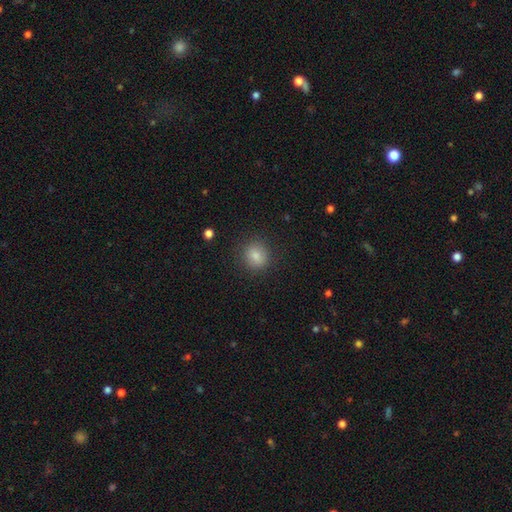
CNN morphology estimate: The model was most divided on "how rounded": round: 80%, in between: 19%, cigar-shaped: 1%. More confident: merging — none (89%); smooth or featured — smooth (81%).